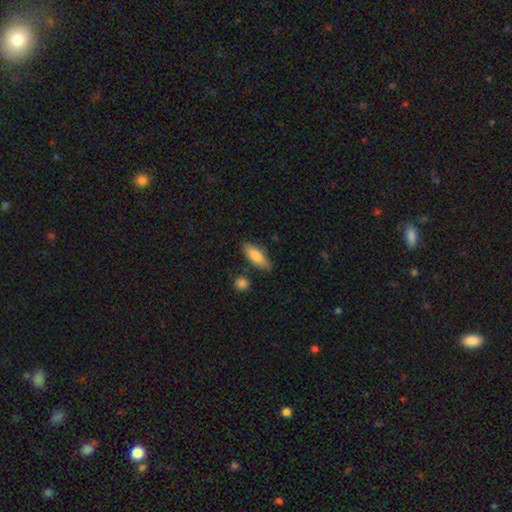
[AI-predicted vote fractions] Smooth or featured: smooth — 77% (featured or disk — 17%)
How rounded: in between — 62% (cigar-shaped — 35%)
Merging: none — 80% (minor disturbance — 13%)